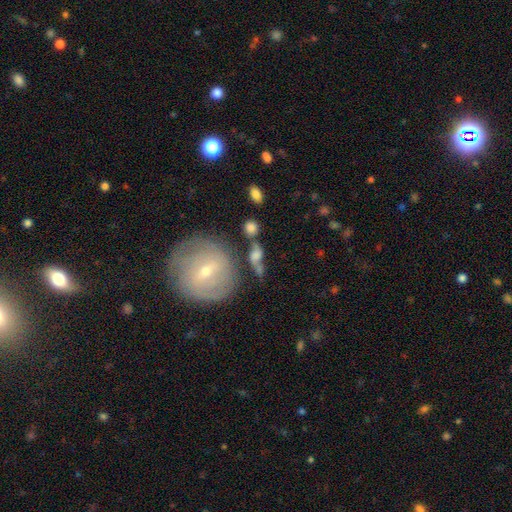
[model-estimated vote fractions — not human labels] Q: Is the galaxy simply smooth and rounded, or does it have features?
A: smooth — 48%.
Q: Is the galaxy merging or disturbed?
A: none — 44%.